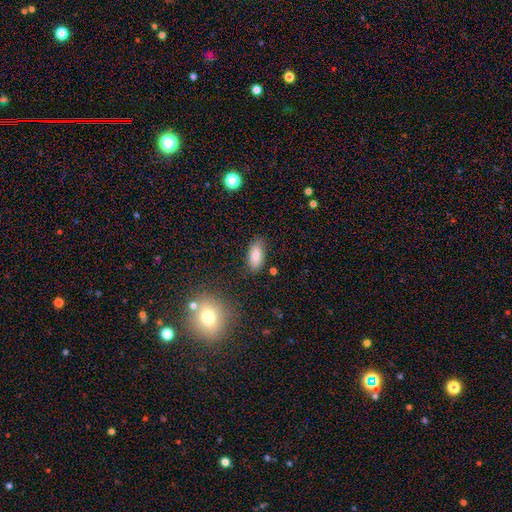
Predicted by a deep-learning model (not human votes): The model was most divided on "merging": none: 81%, minor disturbance: 14%, major disturbance: 3%, merger: 2%. More confident: how rounded — in between (89%); smooth or featured — smooth (85%).